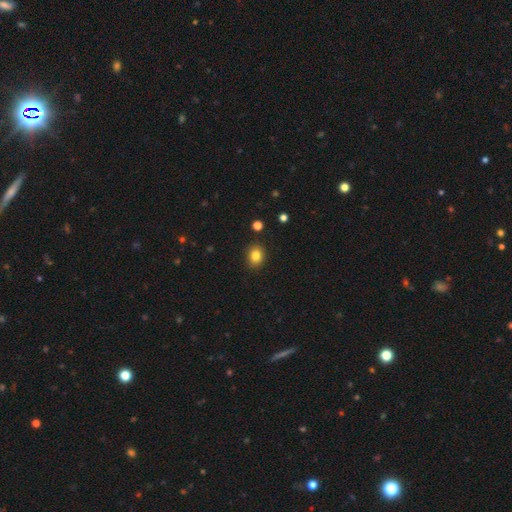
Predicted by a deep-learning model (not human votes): This is clearly a smooth galaxy (82%). How rounded: possibly round (54%). Merging: clearly none (88%).